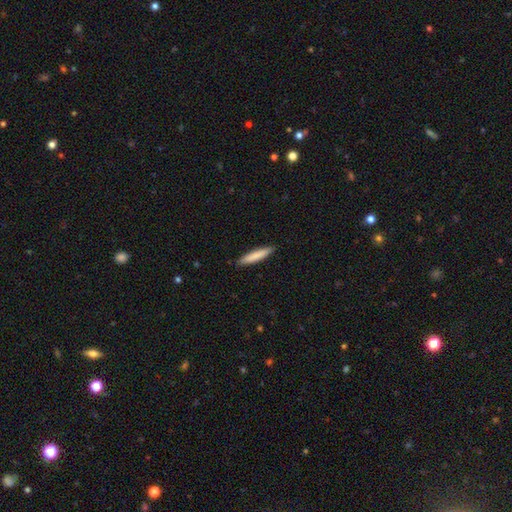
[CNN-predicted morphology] Smooth or featured?
  - smooth: 81% *
  - featured or disk: 13%
  - star or artifact: 5%
How rounded?
  - cigar-shaped: 90% *
  - in between: 9%
  - round: 1%
Merging?
  - none: 90% *
  - minor disturbance: 8%
  - major disturbance: 1%
  - merger: 1%